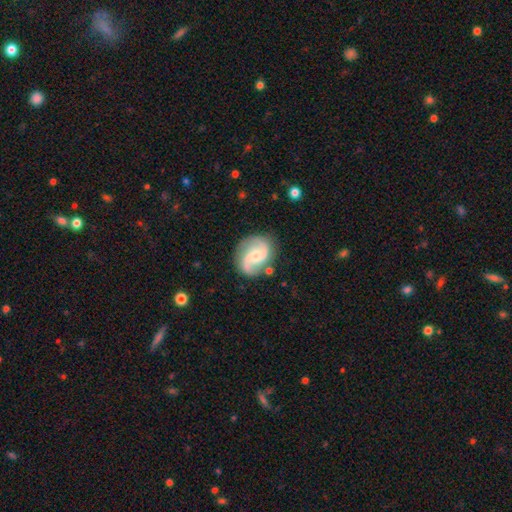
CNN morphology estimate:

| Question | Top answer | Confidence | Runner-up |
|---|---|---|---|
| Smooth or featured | featured or disk | 85% | smooth (10%) |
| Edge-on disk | no | 98% | yes (2%) |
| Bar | no | 46% | weak (42%) |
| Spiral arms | yes | 97% | no (3%) |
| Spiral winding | medium | 44% | tied: loose (44%) |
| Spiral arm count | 2 | 92% | can't tell (2%) |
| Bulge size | moderate | 48% | small (46%) |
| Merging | none | 80% | minor disturbance (13%) |